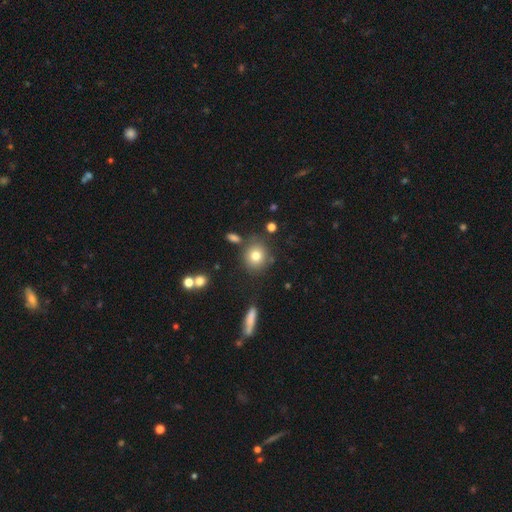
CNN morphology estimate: A smooth galaxy with no disk features (78%) that is round (81%). Merging: none (78%).